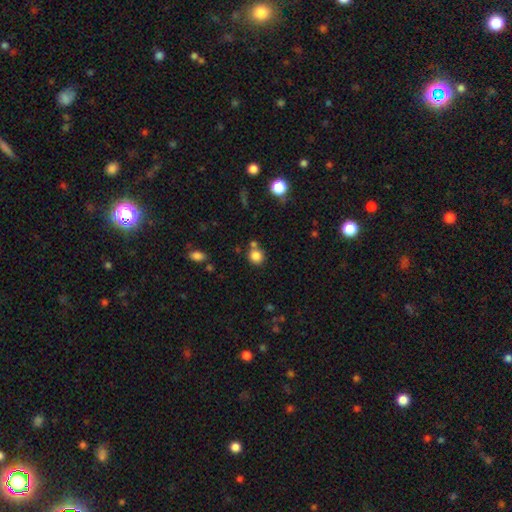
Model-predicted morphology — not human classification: type=smooth (83%); roundness=round (87%); merging=none (70%).